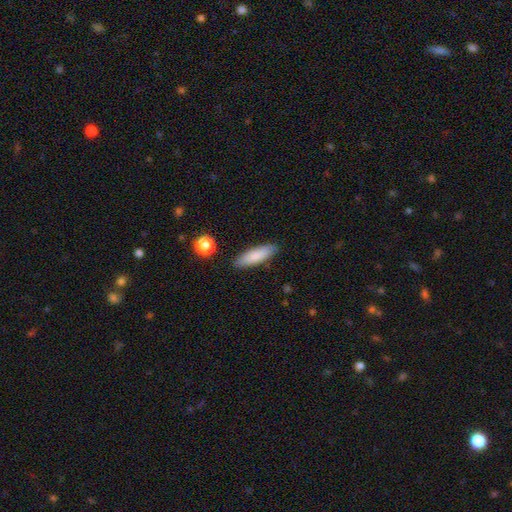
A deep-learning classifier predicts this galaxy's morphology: Smooth or featured? Predicted: smooth (p=0.82). How rounded? Predicted: cigar-shaped (p=0.58). Merging? Predicted: none (p=0.87).